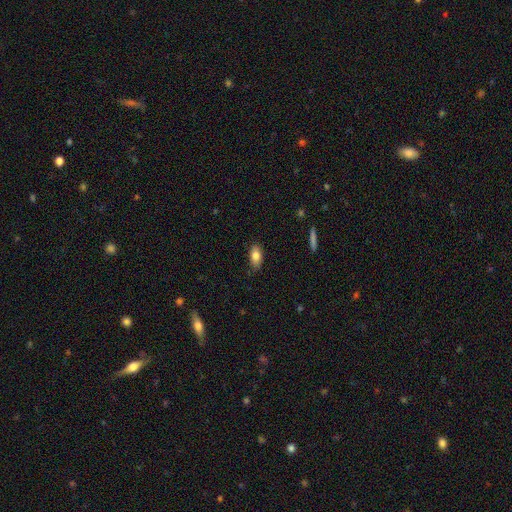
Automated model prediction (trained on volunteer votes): smooth-or-featured: smooth: 80% | featured or disk: 13% | star or artifact: 7%
  how-rounded: in between: 87% | cigar-shaped: 9% | round: 4%
  merging: none: 83% | minor disturbance: 14% | major disturbance: 2% | merger: 1%